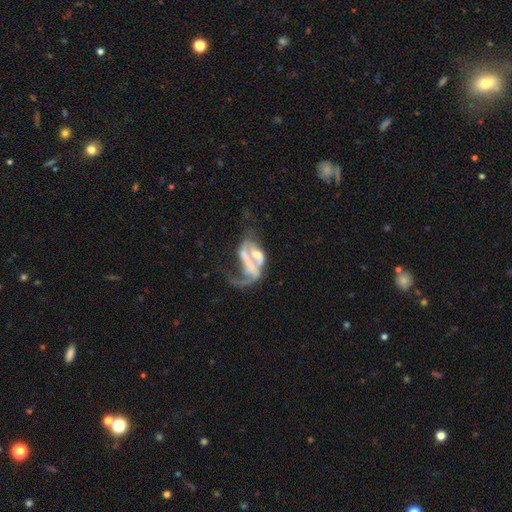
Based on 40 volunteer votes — This appears to be a featured or disk galaxy (80%) with no bar (57%), 1 (70%) loose (63%) spiral arms (90%) and a small central bulge (40%). Merging: major disturbance (46%).